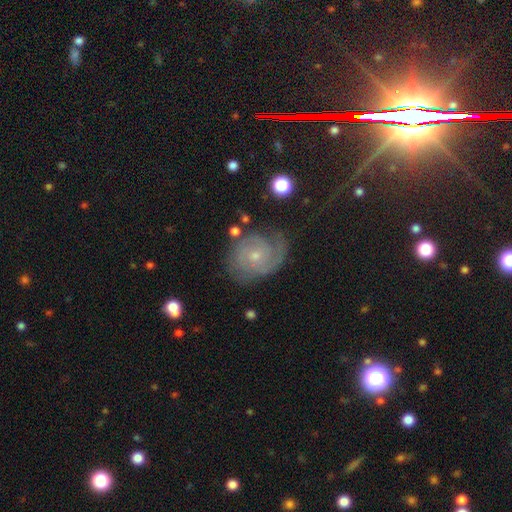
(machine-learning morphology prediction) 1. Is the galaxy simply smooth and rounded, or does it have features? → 77% featured or disk, 15% smooth, 8% star or artifact.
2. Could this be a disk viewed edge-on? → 97% no, 3% yes.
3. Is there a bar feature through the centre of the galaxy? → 75% no, 22% weak, 3% strong.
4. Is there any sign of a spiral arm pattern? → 93% yes, 7% no.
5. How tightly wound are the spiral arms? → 61% tight, 30% medium, 10% loose.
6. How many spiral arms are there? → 43% 2, 27% can't tell, 11% 3, 11% 1, 4% 4, 4% more than 4.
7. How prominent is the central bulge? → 69% small, 27% moderate, 2% none, 1% large, 1% dominant.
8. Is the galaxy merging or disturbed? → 67% none, 21% minor disturbance, 10% major disturbance, 2% merger.